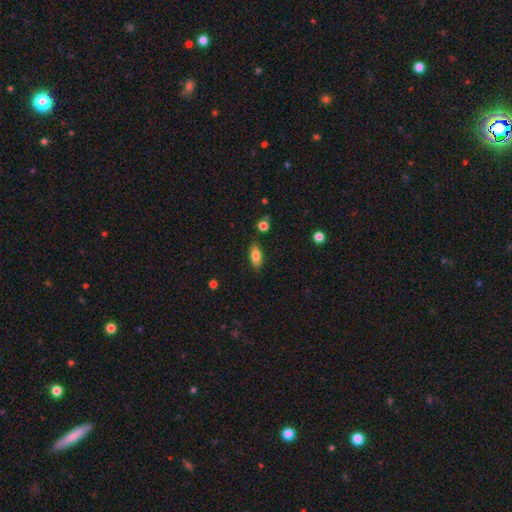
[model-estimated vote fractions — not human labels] Overall: smooth (80%). How rounded: in between (82%). Merging: none (83%).